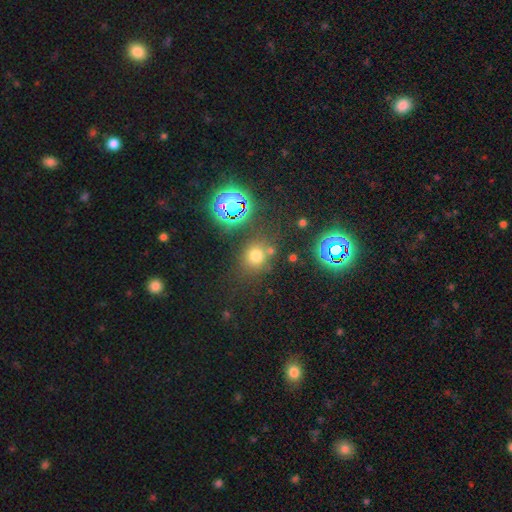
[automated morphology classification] Q: Smooth or featured?
A: smooth (66%); runner-up: star or artifact (27%)
Q: How rounded?
A: round (80%); runner-up: in between (18%)
Q: Merging?
A: none (73%); runner-up: minor disturbance (12%)